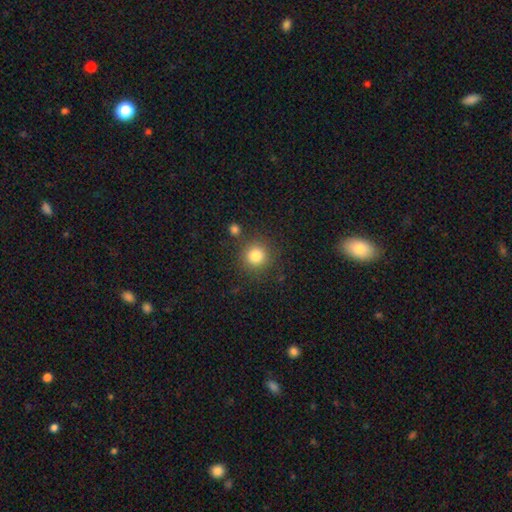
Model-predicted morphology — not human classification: smooth 82%, star or artifact 12%, featured or disk 6%. Down the decision tree: how rounded — round (93%); merging — none (84%).